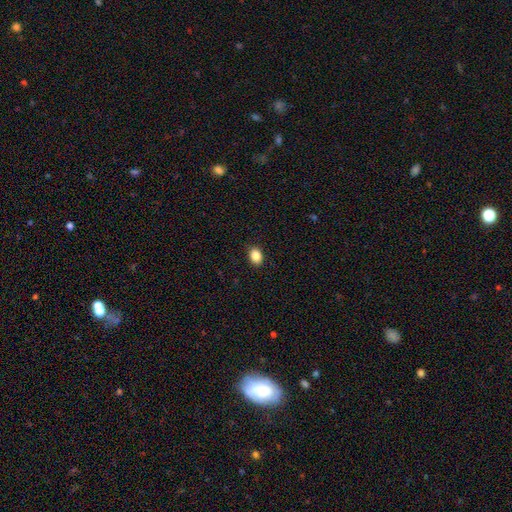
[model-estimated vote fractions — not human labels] This is clearly a smooth galaxy (87%). How rounded: likely in between (71%). Merging: clearly none (90%).